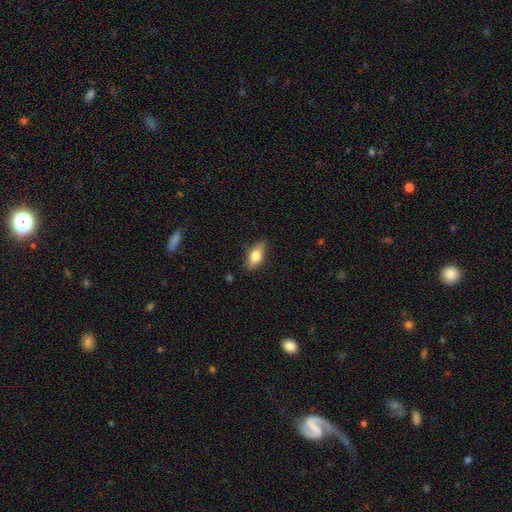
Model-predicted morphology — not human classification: type=smooth (69%); roundness=in between (80%); merging=none (82%).